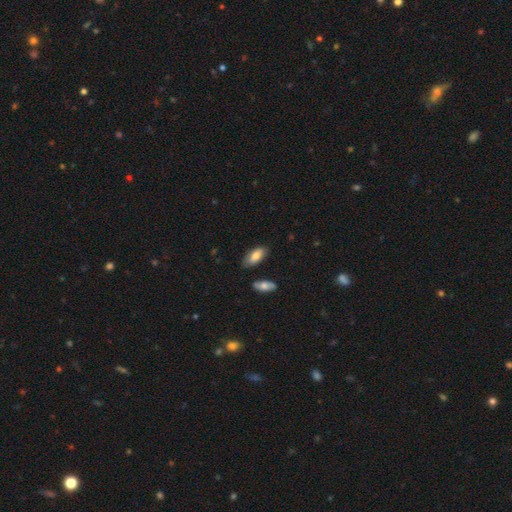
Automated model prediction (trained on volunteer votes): This is likely a smooth galaxy (78%). How rounded: clearly in between (88%). Merging: likely none (76%).